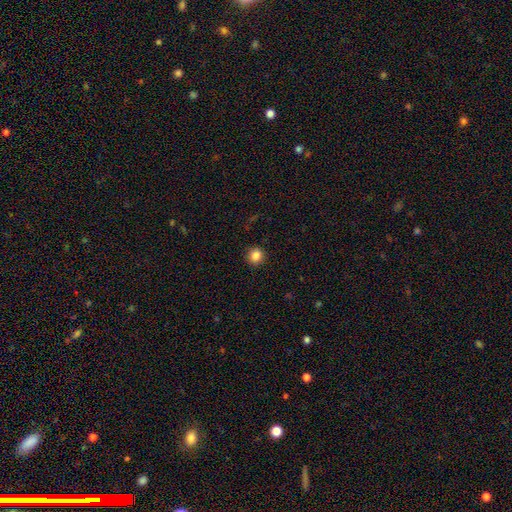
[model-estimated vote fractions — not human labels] This is clearly a smooth galaxy (84%). How rounded: clearly round (91%). Merging: clearly none (91%).